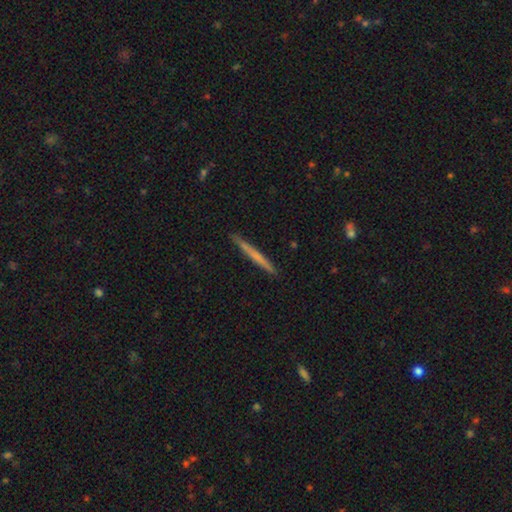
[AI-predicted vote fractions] This is possibly a smooth galaxy (55%). How rounded: clearly cigar-shaped (97%). Merging: clearly none (91%).